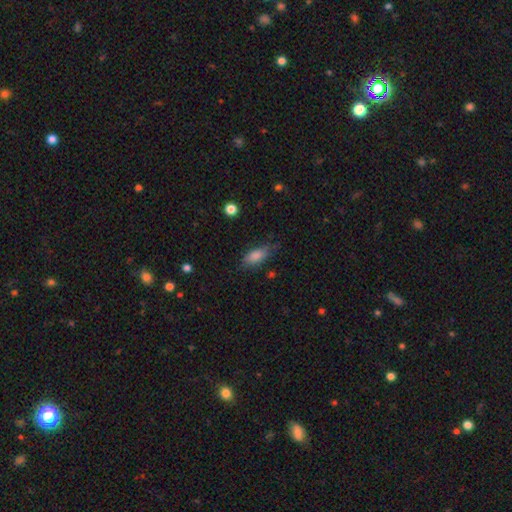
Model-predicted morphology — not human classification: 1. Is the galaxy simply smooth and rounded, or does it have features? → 80% smooth, 12% featured or disk, 8% star or artifact.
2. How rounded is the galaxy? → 78% in between, 19% cigar-shaped, 3% round.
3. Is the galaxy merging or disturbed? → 69% none, 23% minor disturbance, 6% major disturbance, 2% merger.